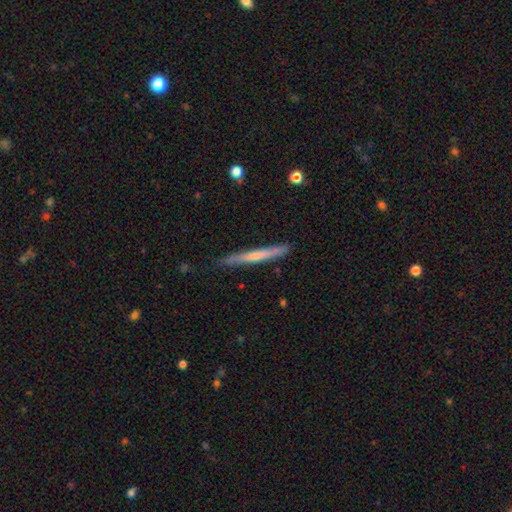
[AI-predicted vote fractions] Smooth or featured? Predicted: featured or disk (p=0.58). Edge-on disk? Predicted: yes (p=0.97). Edge-on bulge? Predicted: rounded (p=0.51). Merging? Predicted: none (p=0.87).